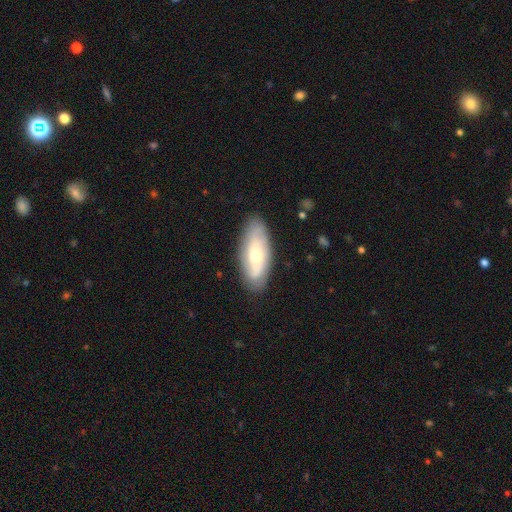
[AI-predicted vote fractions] Morphology: type=featured or disk (49%); merging=none (83%).